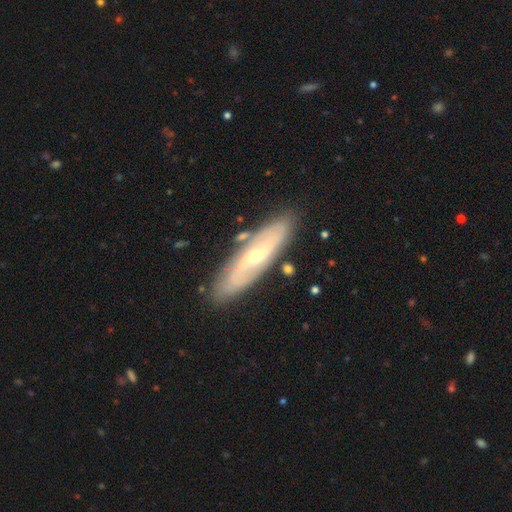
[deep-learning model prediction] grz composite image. It shows a featured or disk galaxy (76%) with a weak bar (43%), 2 (77%) medium (39%) spiral arms (86%) and a small central bulge (56%). Merging: none (85%).